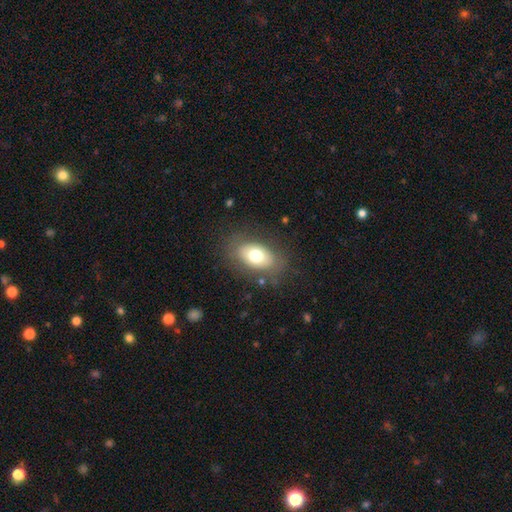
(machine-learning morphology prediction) type=smooth (71%); roundness=in between (88%); merging=none (80%).